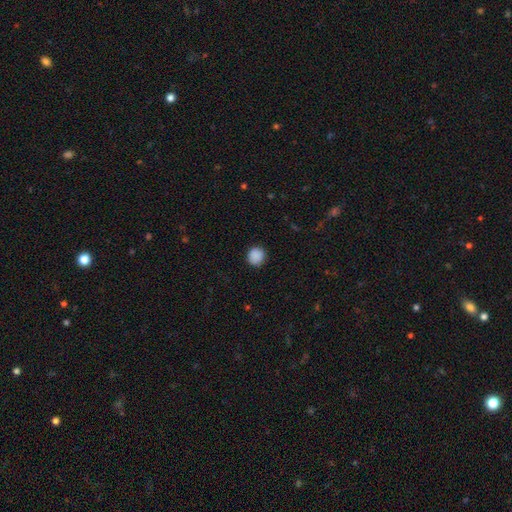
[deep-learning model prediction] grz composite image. It shows a smooth galaxy with no disk features (89%) that is round (93%). Merging: none (90%).